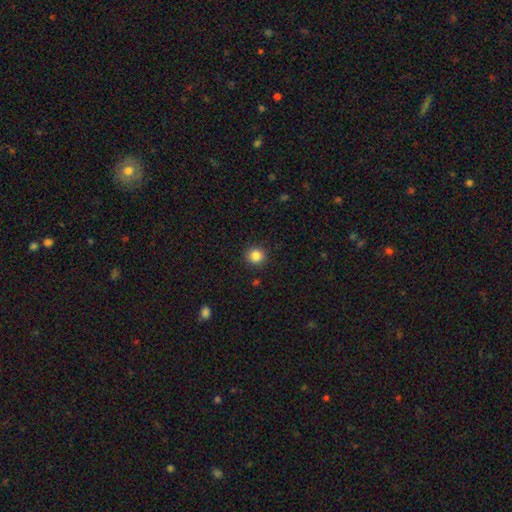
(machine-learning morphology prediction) Smooth or featured? Predicted: smooth (p=0.85). How rounded? Predicted: round (p=0.92). Merging? Predicted: none (p=0.91).